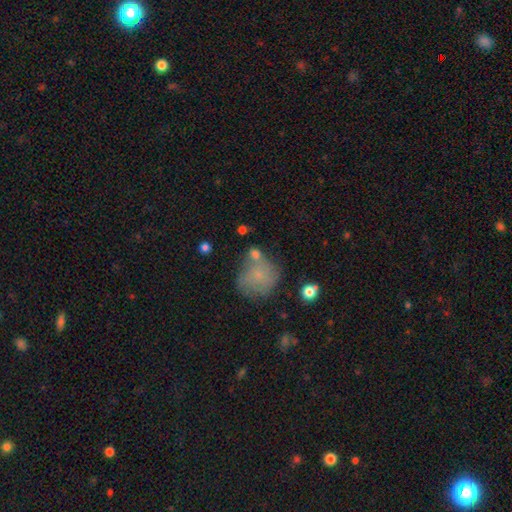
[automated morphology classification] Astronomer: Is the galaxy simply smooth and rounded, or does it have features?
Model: smooth — 62%.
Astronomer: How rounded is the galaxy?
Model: round — 82%.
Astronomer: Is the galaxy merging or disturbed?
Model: none — 57%.